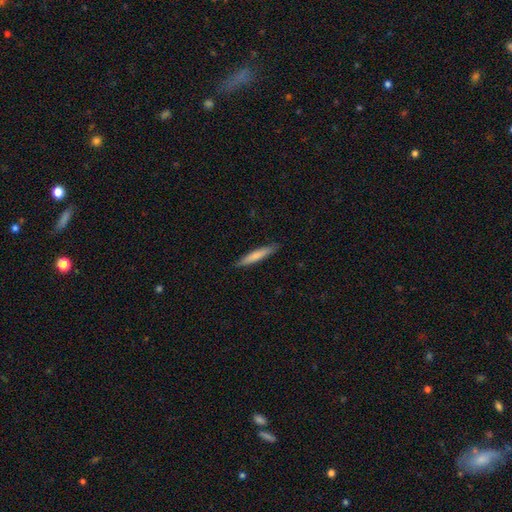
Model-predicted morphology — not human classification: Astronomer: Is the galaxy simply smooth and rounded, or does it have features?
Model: smooth — 71%.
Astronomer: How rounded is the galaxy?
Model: cigar-shaped — 92%.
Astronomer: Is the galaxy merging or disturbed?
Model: none — 89%.